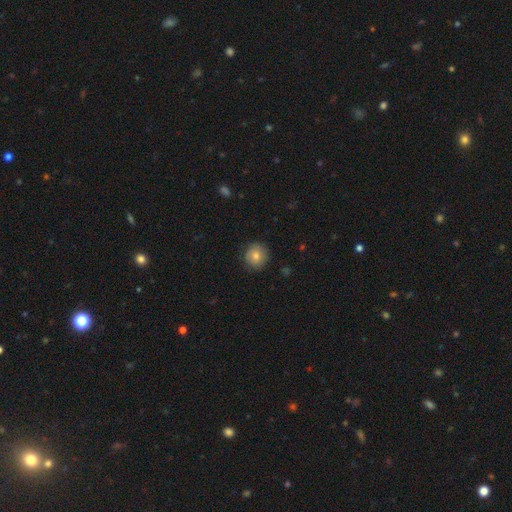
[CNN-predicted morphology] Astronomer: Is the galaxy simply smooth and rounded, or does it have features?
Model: smooth — 78%.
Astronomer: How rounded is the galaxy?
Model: round — 90%.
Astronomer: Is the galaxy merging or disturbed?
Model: none — 84%.